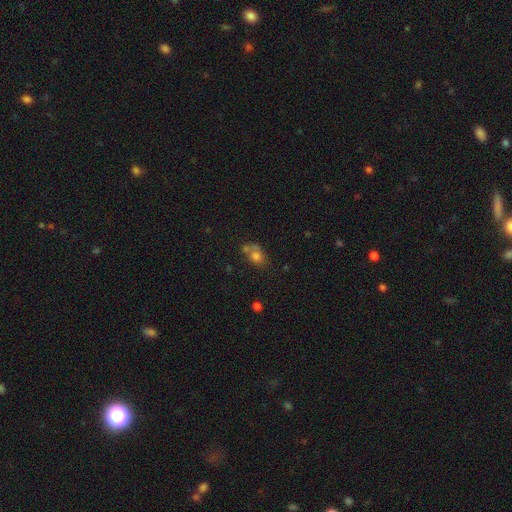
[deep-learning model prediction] A smooth galaxy with no disk features (72%) that is in between round and cigar-shaped (57%).

Vote fractions:
- Smooth or featured? smooth: 72% / featured or disk: 15% / star or artifact: 13%
- How rounded? in between: 57% / round: 41% / cigar-shaped: 2%
- Merging? none: 41% / merger: 29% / minor disturbance: 19% / major disturbance: 10%